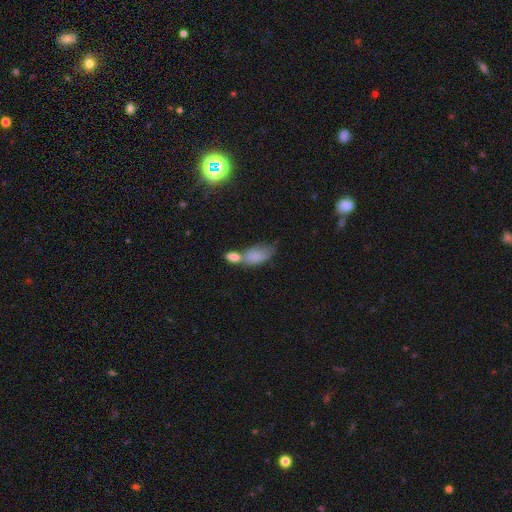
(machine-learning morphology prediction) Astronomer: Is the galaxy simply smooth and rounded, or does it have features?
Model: smooth — 79%.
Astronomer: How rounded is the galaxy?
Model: in between — 90%.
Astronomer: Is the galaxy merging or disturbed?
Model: merger — 57%.